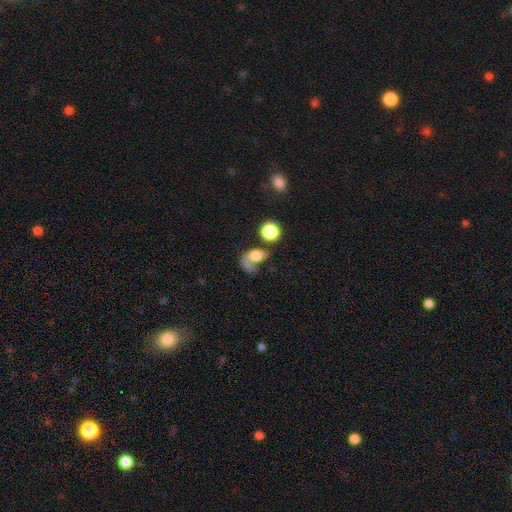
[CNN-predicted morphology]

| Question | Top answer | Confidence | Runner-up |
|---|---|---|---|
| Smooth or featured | smooth | 64% | featured or disk (24%) |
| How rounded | in between | 60% | round (38%) |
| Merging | major disturbance | 36% | merger (29%) |